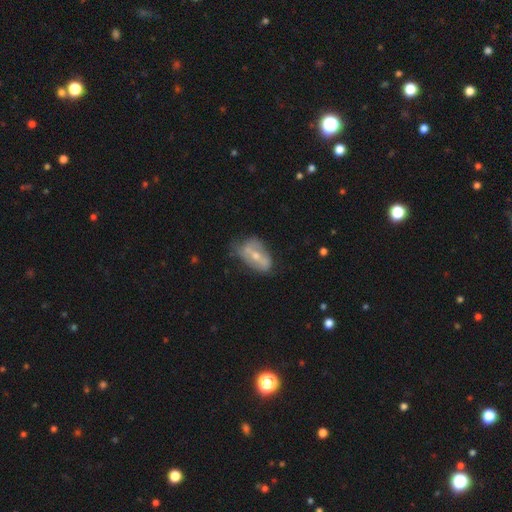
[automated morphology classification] This appears to be a featured or disk galaxy (58%) with no bar (38%), no spiral arms (59%) and a moderate central bulge (49%). Merging: none (51%).